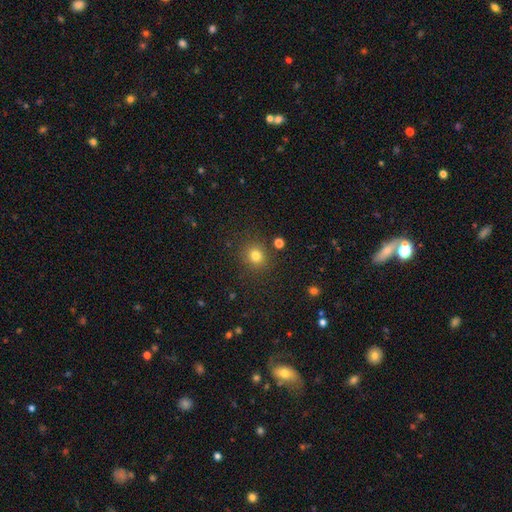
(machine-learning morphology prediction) Smooth or featured? smooth (79%)
How rounded? round (84%)
Merging? none (85%)